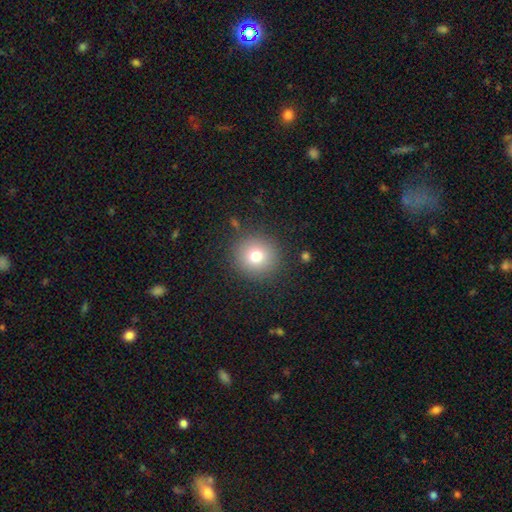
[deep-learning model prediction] Morphology: type=smooth (75%); roundness=round (94%); merging=none (88%).